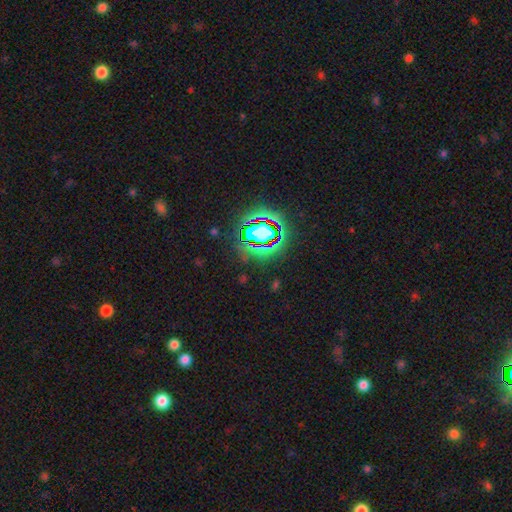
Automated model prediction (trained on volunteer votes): star or artifact 82%, smooth 10%, featured or disk 8%.